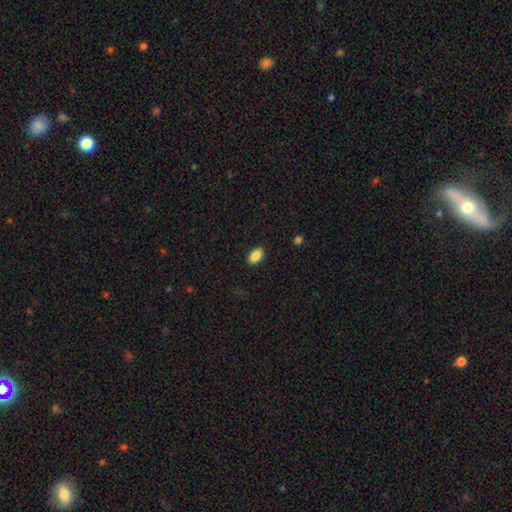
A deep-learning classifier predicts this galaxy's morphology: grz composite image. It shows a smooth galaxy with no disk features (87%) that is in between round and cigar-shaped (91%). Merging: none (89%).